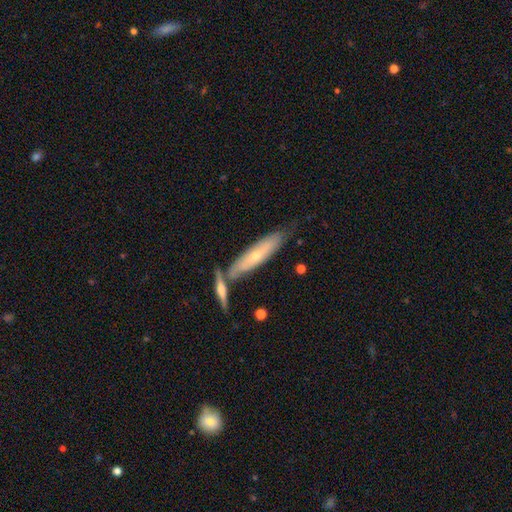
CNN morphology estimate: Smooth or featured? Predicted: featured or disk (p=0.49). Merging? Predicted: none (p=0.59).